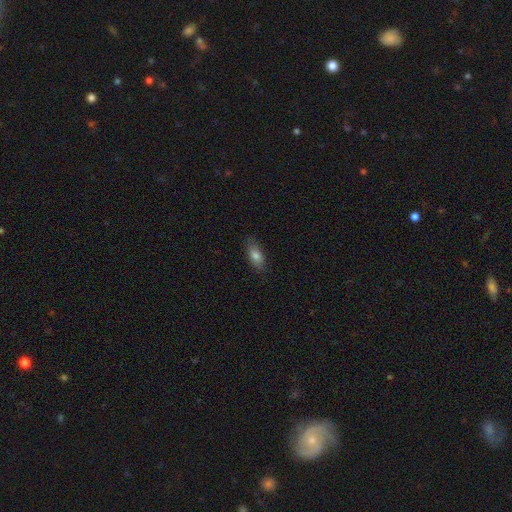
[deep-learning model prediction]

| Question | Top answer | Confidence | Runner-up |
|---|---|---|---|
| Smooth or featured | smooth | 80% | featured or disk (12%) |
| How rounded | in between | 84% | cigar-shaped (12%) |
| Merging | none | 82% | minor disturbance (14%) |